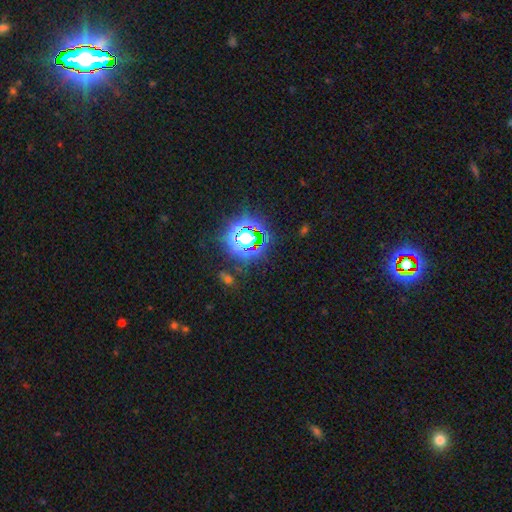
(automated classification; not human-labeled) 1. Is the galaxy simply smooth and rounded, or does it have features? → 81% star or artifact, 12% smooth, 7% featured or disk.